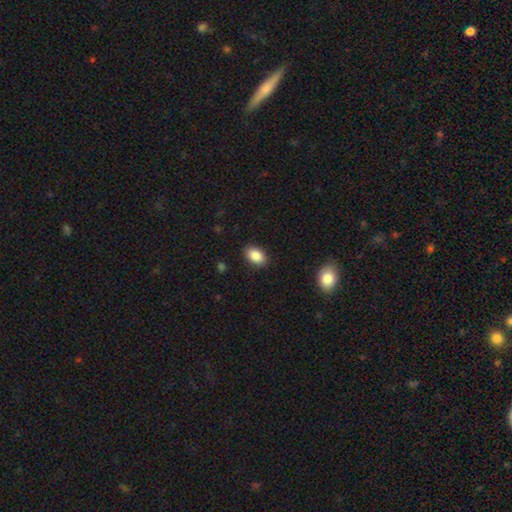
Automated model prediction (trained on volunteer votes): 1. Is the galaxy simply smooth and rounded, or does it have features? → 88% smooth, 8% star or artifact, 4% featured or disk.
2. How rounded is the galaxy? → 87% in between, 12% round, 1% cigar-shaped.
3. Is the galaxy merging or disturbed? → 87% none, 9% minor disturbance, 2% major disturbance, 1% merger.